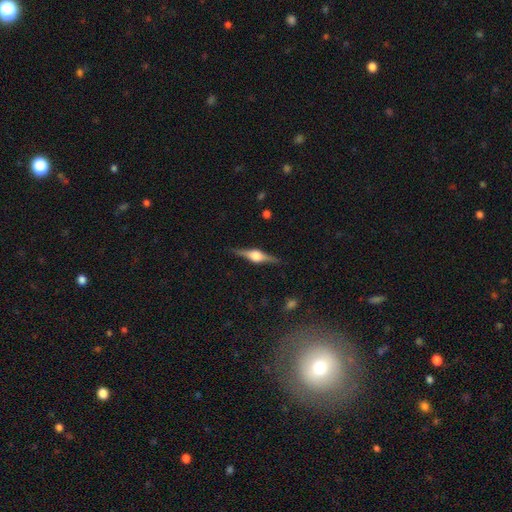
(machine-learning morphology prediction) type=featured or disk (82%); edge-on=yes (98%); edge-on bulge=rounded (93%); merging=none (89%).